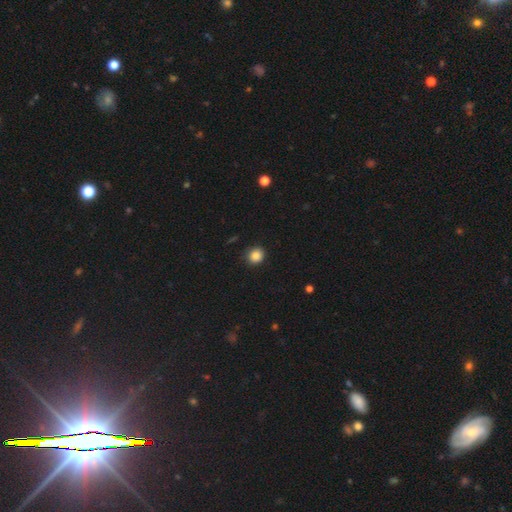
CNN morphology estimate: A smooth galaxy with no disk features (85%) that is round (85%). Merging: none (90%).